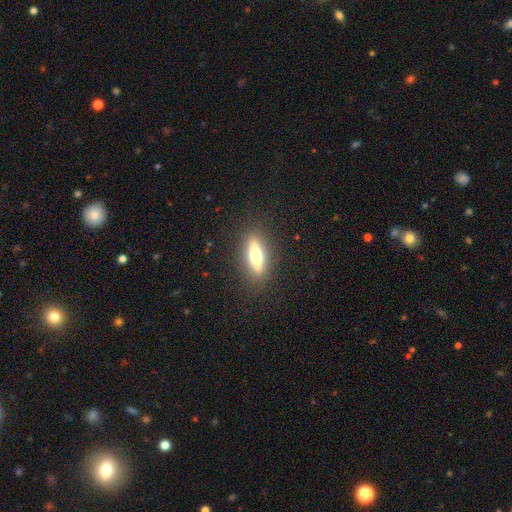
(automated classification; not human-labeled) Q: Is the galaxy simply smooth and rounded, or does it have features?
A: smooth — 55%.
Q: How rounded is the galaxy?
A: cigar-shaped — 54%.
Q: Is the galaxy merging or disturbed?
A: none — 87%.